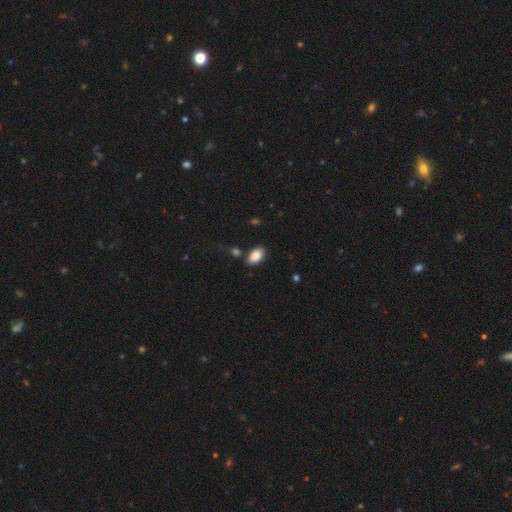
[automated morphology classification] Smooth or featured? smooth (87%)
How rounded? in between (92%)
Merging? none (81%)